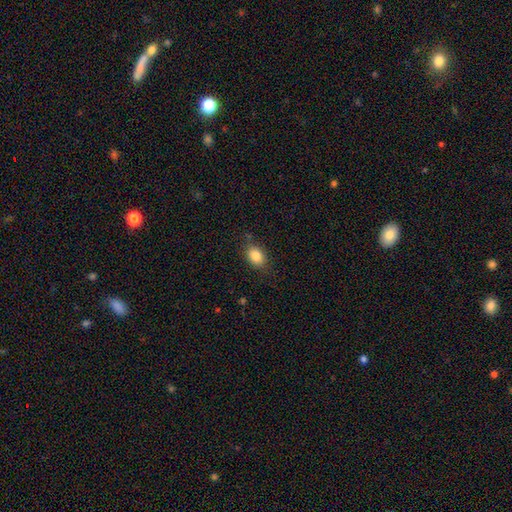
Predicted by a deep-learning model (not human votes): smooth_or_featured: smooth (p=0.85) [alt: star or artifact p=0.09]
how_rounded: in between (p=0.80) [alt: round p=0.19]
merging: none (p=0.81) [alt: minor disturbance p=0.14]